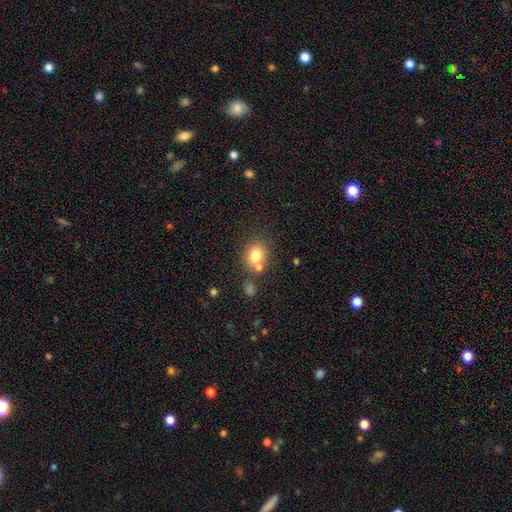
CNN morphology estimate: smooth_or_featured: smooth (p=0.78) [alt: star or artifact p=0.12]
how_rounded: round (p=0.69) [alt: in between p=0.31]
merging: none (p=0.63) [alt: merger p=0.22]